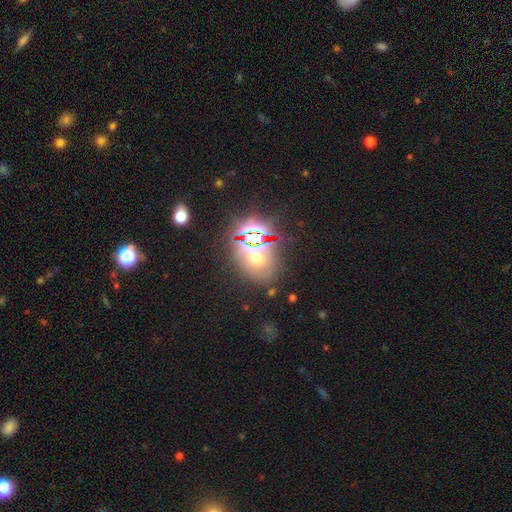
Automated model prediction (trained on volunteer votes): This is likely a star or artifact rather than a galaxy (61%).